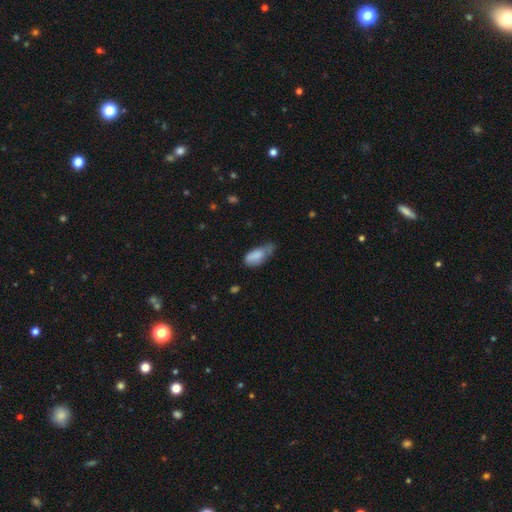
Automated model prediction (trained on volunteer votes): Overall: smooth (78%). How rounded: in between (87%). Merging: minor disturbance (44%; none 26%).